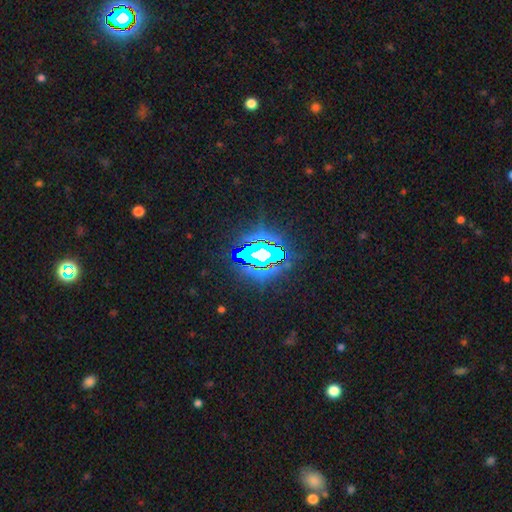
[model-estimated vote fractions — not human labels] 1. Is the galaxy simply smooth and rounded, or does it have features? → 77% star or artifact, 12% featured or disk, 11% smooth.